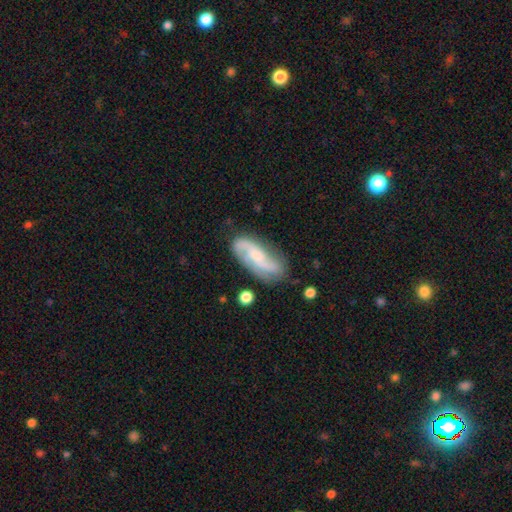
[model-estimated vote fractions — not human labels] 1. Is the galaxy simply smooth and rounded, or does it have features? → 75% featured or disk, 19% smooth, 6% star or artifact.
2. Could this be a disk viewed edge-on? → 93% no, 7% yes.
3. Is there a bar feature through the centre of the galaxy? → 48% no, 38% weak, 14% strong.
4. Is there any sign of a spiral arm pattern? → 95% yes, 5% no.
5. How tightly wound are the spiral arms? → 53% loose, 35% medium, 12% tight.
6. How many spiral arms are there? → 84% 2, 7% can't tell, 5% 3, 2% 1, 1% 4, 1% more than 4.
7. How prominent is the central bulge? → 49% small, 32% moderate, 14% none, 4% large, 1% dominant.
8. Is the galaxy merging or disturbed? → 72% none, 18% minor disturbance, 7% major disturbance, 3% merger.